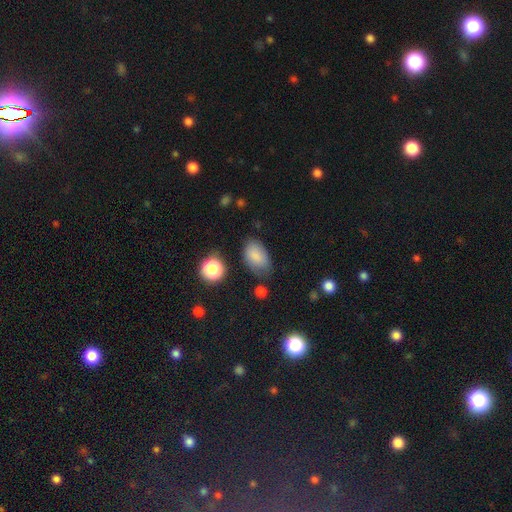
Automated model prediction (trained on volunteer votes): Smooth or featured?
  - smooth: 83% *
  - star or artifact: 9%
  - featured or disk: 8%
How rounded?
  - in between: 91% *
  - round: 8%
  - cigar-shaped: 1%
Merging?
  - none: 66% *
  - minor disturbance: 24%
  - major disturbance: 6%
  - merger: 3%